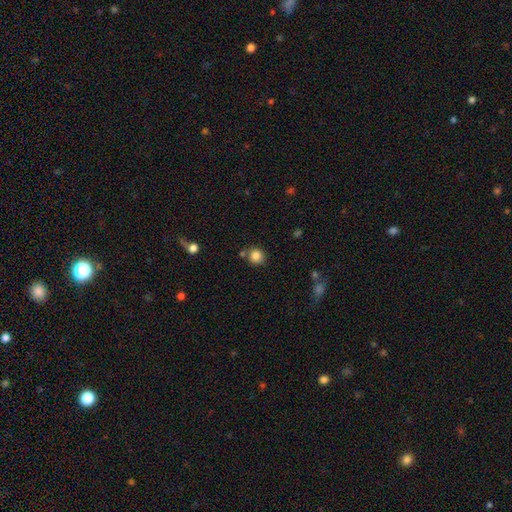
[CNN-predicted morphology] type=smooth (84%); roundness=round (87%); merging=none (77%).